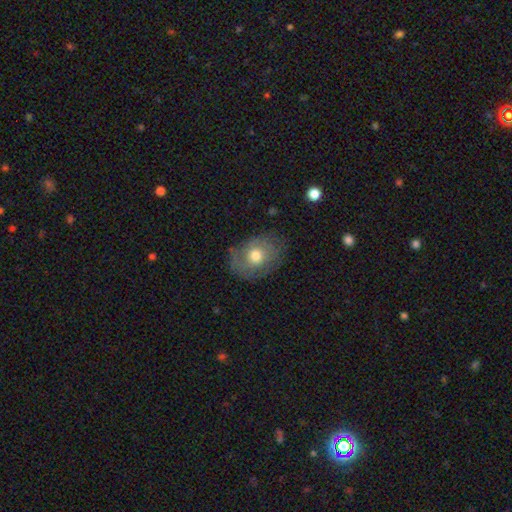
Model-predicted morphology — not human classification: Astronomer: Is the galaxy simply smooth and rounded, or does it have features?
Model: smooth — 58% (runner-up: featured or disk, 34%).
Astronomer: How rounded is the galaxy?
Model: in between — 62%.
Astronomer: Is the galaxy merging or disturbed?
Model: none — 69%.